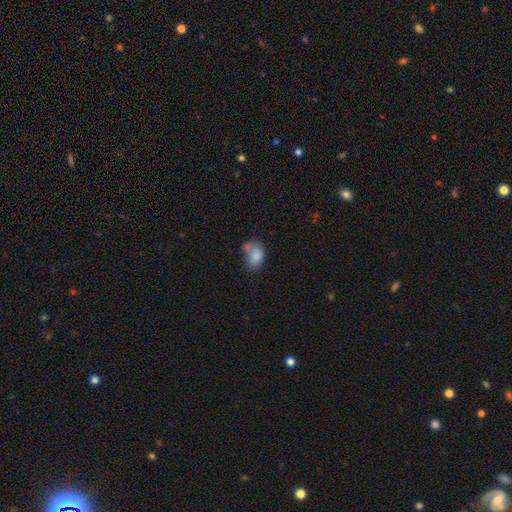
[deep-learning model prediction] smooth 80%, featured or disk 11%, star or artifact 9%. Down the decision tree: how rounded — in between (73%); merging — none (36%).